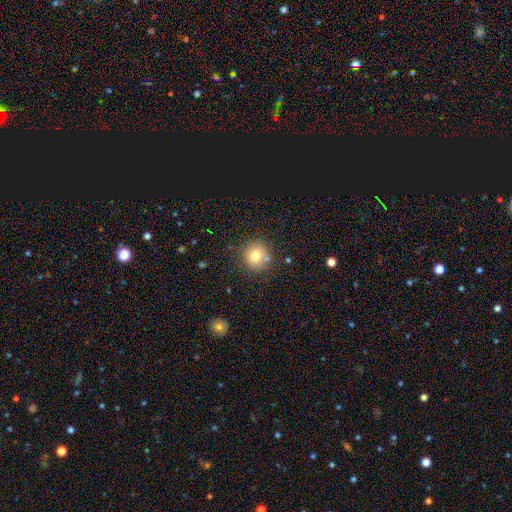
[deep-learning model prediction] A smooth galaxy with no disk features (76%) that is round (91%). Merging: none (81%).